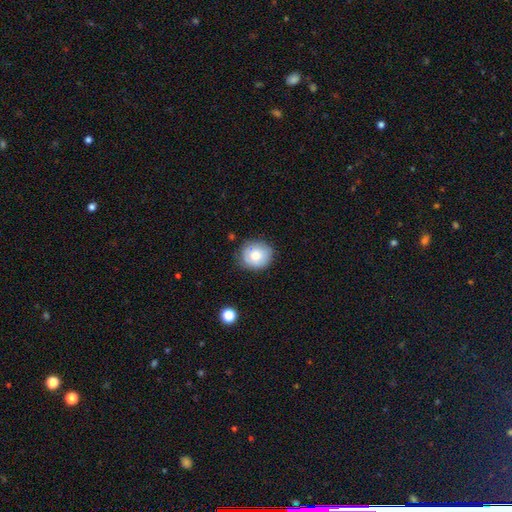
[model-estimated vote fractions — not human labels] Smooth or featured: smooth — 71% (featured or disk — 21%)
How rounded: round — 82% (in between — 17%)
Merging: none — 74% (minor disturbance — 20%)